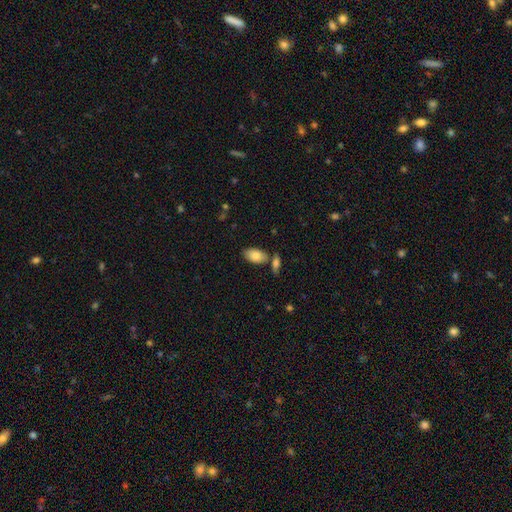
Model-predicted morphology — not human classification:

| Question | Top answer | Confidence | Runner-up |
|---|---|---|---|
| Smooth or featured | smooth | 85% | featured or disk (9%) |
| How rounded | in between | 94% | round (4%) |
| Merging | none | 65% | merger (18%) |